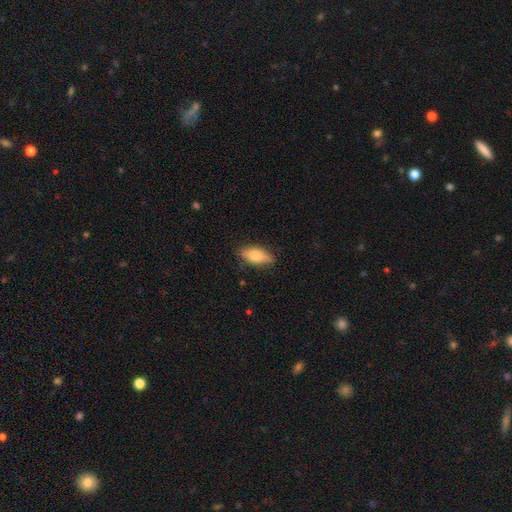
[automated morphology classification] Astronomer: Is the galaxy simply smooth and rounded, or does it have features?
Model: smooth — 76%.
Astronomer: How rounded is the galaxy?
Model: in between — 75%.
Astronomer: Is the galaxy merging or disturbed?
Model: none — 84%.